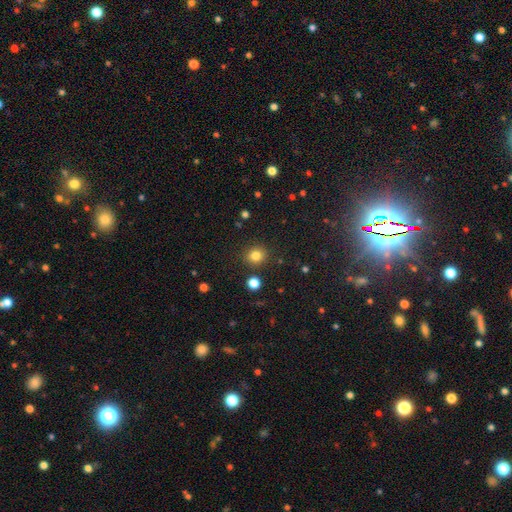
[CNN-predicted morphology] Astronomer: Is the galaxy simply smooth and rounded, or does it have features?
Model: smooth — 81%.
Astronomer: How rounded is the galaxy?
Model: round — 85%.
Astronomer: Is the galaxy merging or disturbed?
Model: none — 88%.